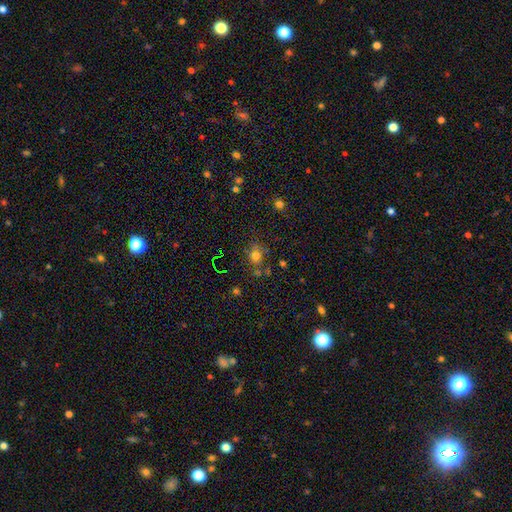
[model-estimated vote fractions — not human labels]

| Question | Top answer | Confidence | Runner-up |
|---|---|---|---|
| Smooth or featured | smooth | 69% | star or artifact (22%) |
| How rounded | round | 74% | in between (25%) |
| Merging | none | 67% | minor disturbance (15%) |